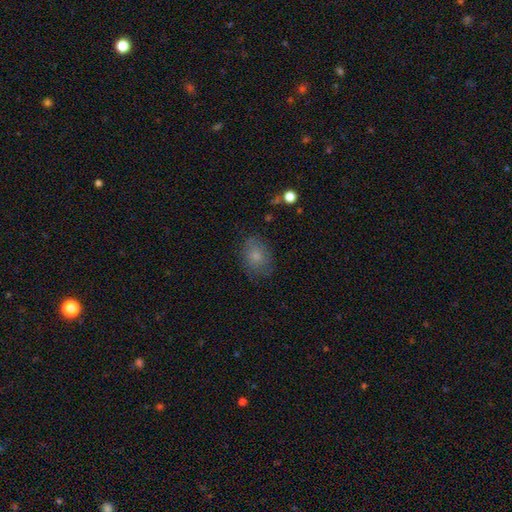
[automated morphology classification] Smooth or featured: smooth — 74% (featured or disk — 16%)
How rounded: in between — 67% (round — 31%)
Merging: none — 74% (minor disturbance — 19%)